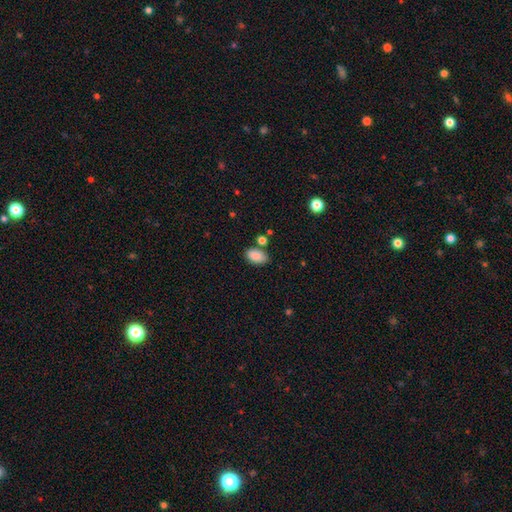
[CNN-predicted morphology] smooth_or_featured: smooth (p=0.87) [alt: star or artifact p=0.08]
how_rounded: in between (p=0.91) [alt: round p=0.08]
merging: none (p=0.72) [alt: minor disturbance p=0.15]